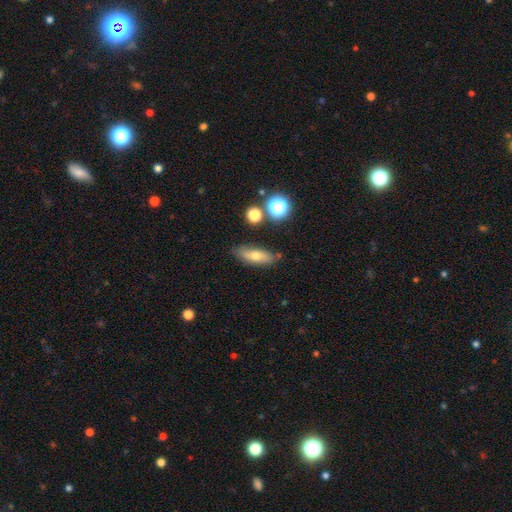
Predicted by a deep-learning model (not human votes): Q: Smooth or featured?
A: smooth (62%); runner-up: featured or disk (28%)
Q: How rounded?
A: in between (54%); runner-up: cigar-shaped (39%)
Q: Merging?
A: none (76%); runner-up: minor disturbance (16%)